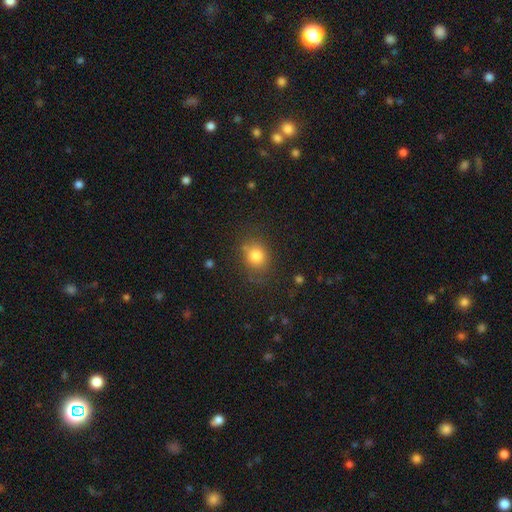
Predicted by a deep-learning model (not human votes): Smooth or featured?
  - smooth: 81% *
  - star or artifact: 11%
  - featured or disk: 8%
How rounded?
  - round: 66% *
  - in between: 33%
  - cigar-shaped: 1%
Merging?
  - none: 75% *
  - minor disturbance: 16%
  - major disturbance: 6%
  - merger: 3%